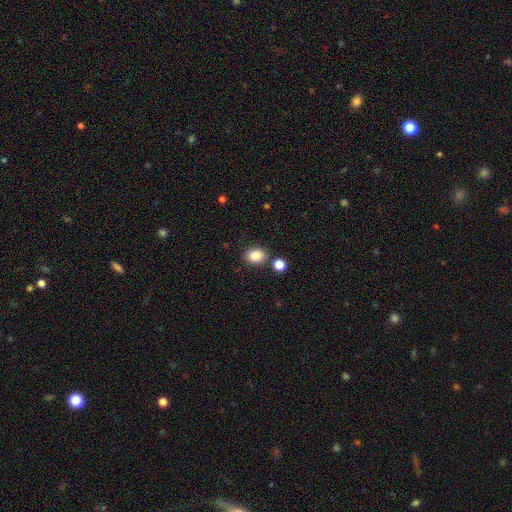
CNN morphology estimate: smooth_or_featured: smooth (p=0.87) [alt: star or artifact p=0.09]
how_rounded: in between (p=0.57) [alt: round p=0.42]
merging: none (p=0.79) [alt: minor disturbance p=0.10]